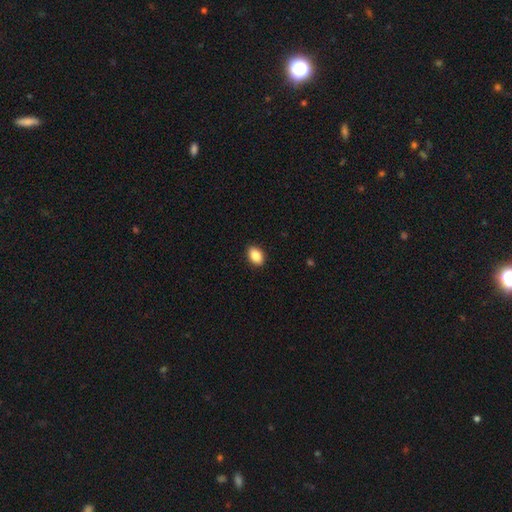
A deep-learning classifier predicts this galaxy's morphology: smooth-or-featured: smooth: 88% | star or artifact: 8% | featured or disk: 4%
  how-rounded: in between: 86% | round: 13% | cigar-shaped: 1%
  merging: none: 91% | minor disturbance: 7% | major disturbance: 2% | merger: 1%